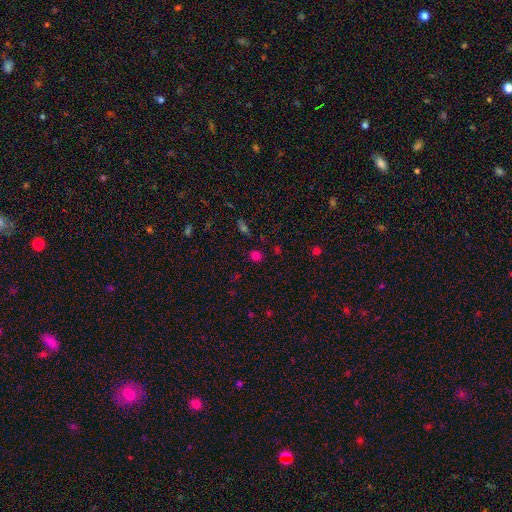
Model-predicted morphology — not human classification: smooth 74%, star or artifact 21%, featured or disk 5%. Down the decision tree: how rounded — round (80%); merging — none (84%).